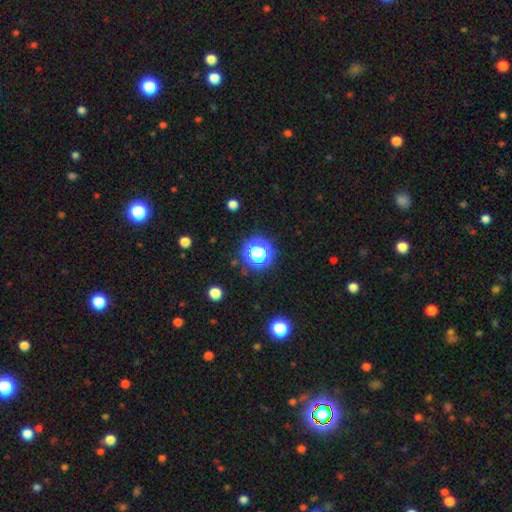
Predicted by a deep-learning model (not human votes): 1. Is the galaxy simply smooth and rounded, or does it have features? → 58% smooth, 28% star or artifact, 14% featured or disk.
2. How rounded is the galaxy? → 91% round, 8% in between, 1% cigar-shaped.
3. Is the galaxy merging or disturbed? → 77% none, 12% minor disturbance, 7% major disturbance, 4% merger.